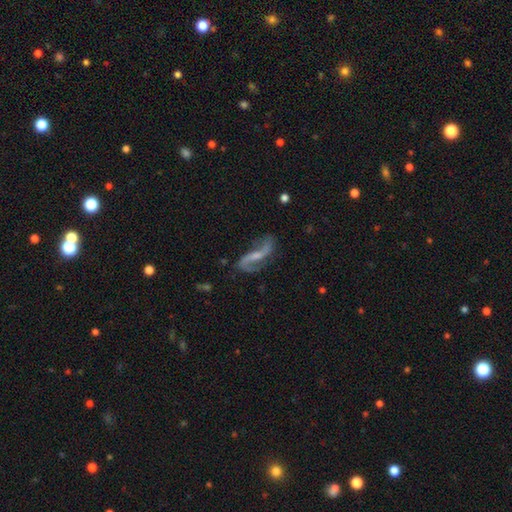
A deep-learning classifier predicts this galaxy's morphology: type=featured or disk (87%); edge-on=no (94%); bar=weak (41%); spiral arms=yes (95%); winding=loose (76%); arm count=2 (92%); bulge=small (49%); merging=none (68%).